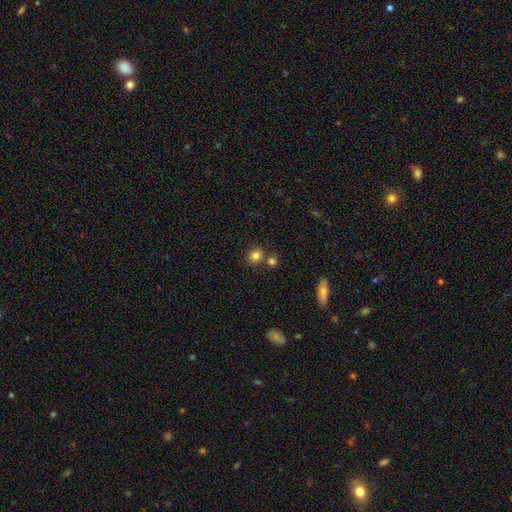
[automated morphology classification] Smooth or featured?
  - smooth: 82% *
  - star or artifact: 12%
  - featured or disk: 6%
How rounded?
  - round: 85% *
  - in between: 14%
  - cigar-shaped: 1%
Merging?
  - none: 69% *
  - merger: 20%
  - minor disturbance: 9%
  - major disturbance: 3%